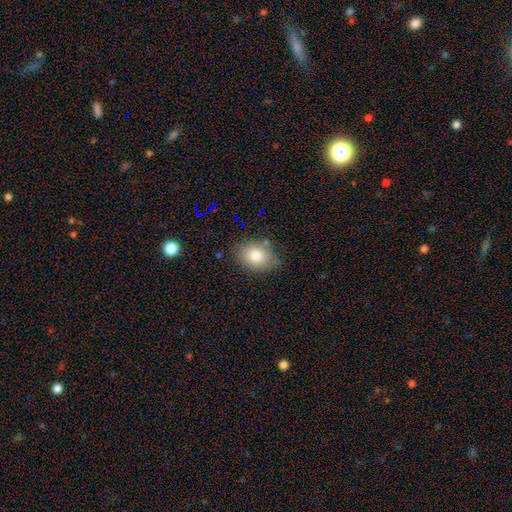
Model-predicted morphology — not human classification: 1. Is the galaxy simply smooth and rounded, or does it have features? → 79% smooth, 11% featured or disk, 10% star or artifact.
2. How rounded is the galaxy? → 65% in between, 34% round, 1% cigar-shaped.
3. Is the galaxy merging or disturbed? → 78% none, 16% minor disturbance, 3% major disturbance, 3% merger.